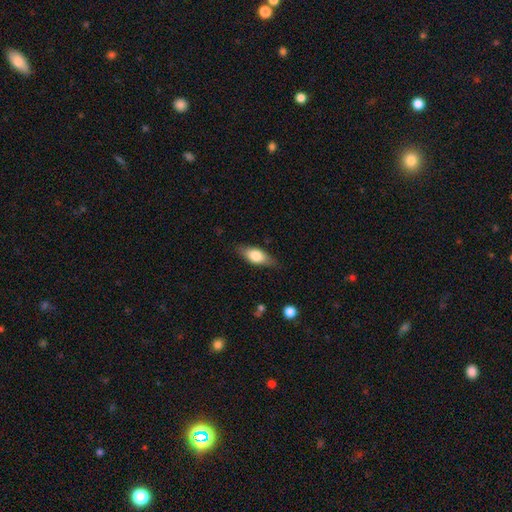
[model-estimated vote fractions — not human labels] smooth-or-featured: smooth: 69% | featured or disk: 24% | star or artifact: 6%
  how-rounded: in between: 78% | cigar-shaped: 19% | round: 4%
  merging: none: 80% | minor disturbance: 15% | major disturbance: 3% | merger: 1%